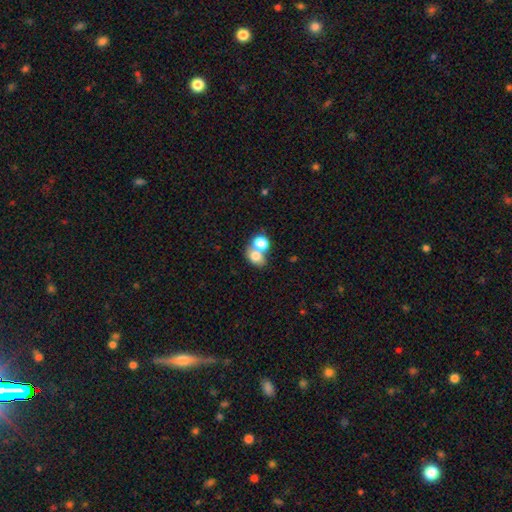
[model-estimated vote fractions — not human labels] Smooth or featured? Predicted: smooth (p=0.75). How rounded? Predicted: round (p=0.51). Merging? Predicted: merger (p=0.59).